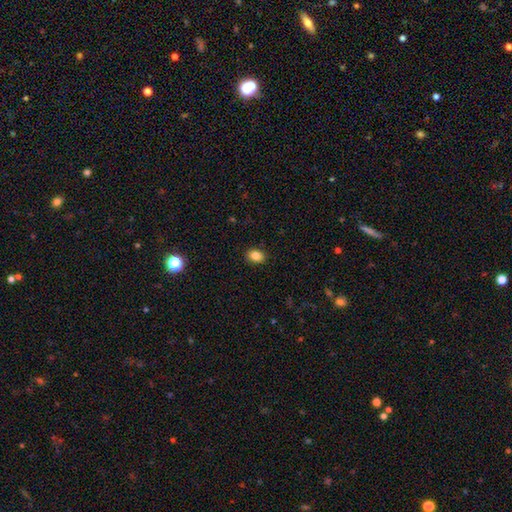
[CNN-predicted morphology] smooth_or_featured: smooth (p=0.85) [alt: star or artifact p=0.10]
how_rounded: in between (p=0.72) [alt: round p=0.27]
merging: none (p=0.88) [alt: minor disturbance p=0.09]